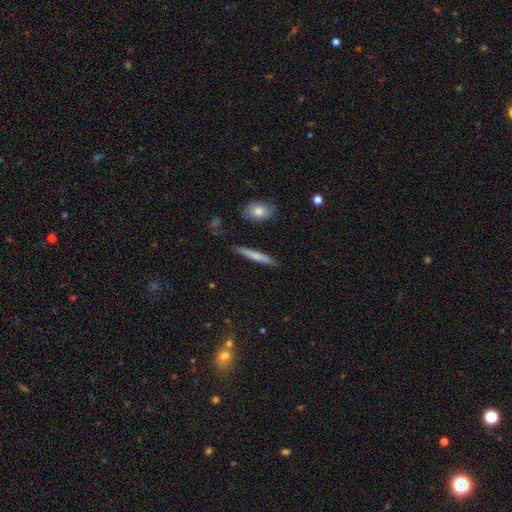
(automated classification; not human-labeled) This appears to be a smooth galaxy with no disk features (67%) that is cigar-shaped (93%). Merging: none (88%).